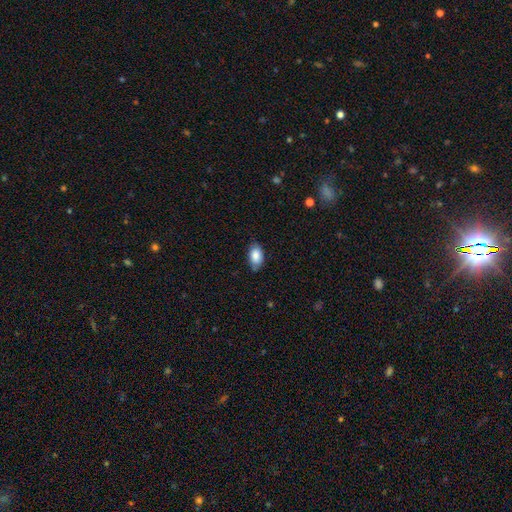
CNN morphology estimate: smooth 86%, featured or disk 7%, star or artifact 7%. Down the decision tree: how rounded — in between (93%); merging — none (76%).